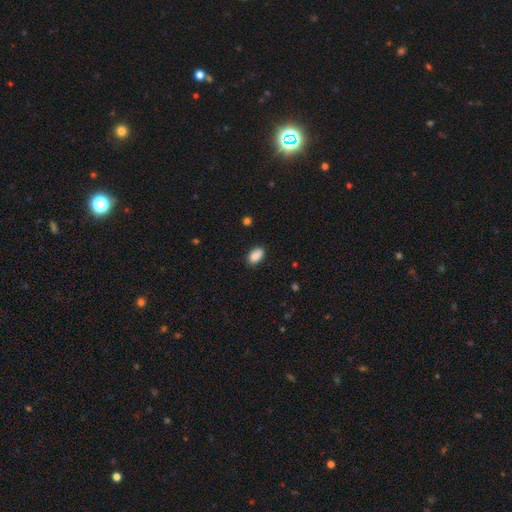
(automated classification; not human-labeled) Q: Smooth or featured?
A: smooth (89%); runner-up: star or artifact (8%)
Q: How rounded?
A: in between (92%); runner-up: round (5%)
Q: Merging?
A: none (83%); runner-up: minor disturbance (13%)